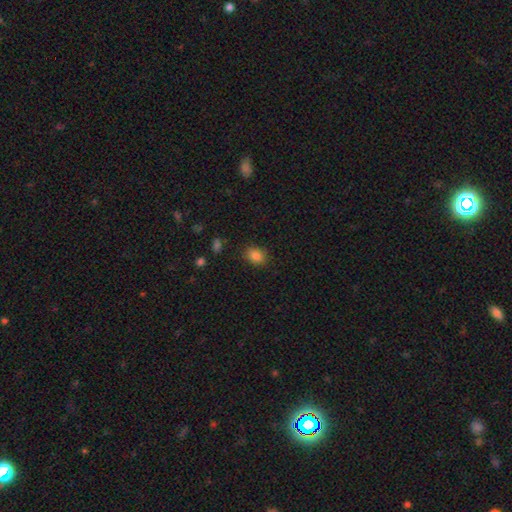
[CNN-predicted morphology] Smooth or featured: smooth — 85% (star or artifact — 11%)
How rounded: in between — 51% (round — 48%)
Merging: none — 85% (minor disturbance — 11%)